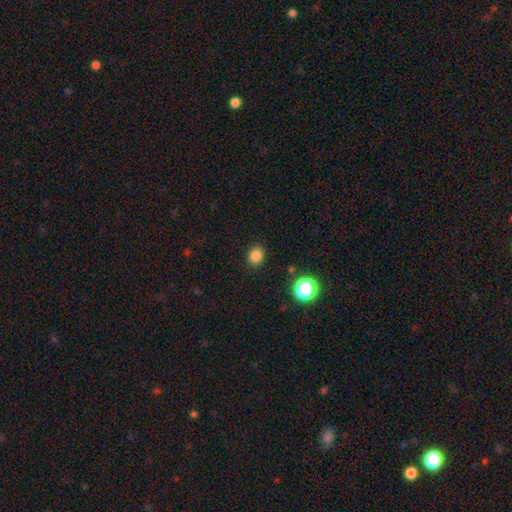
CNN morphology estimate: type=smooth (83%); roundness=round (59%); merging=none (88%).